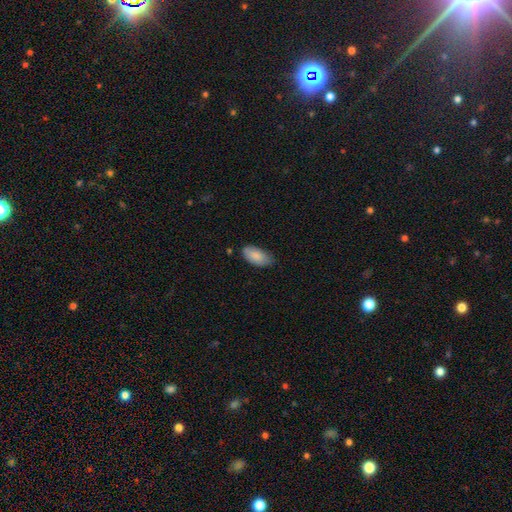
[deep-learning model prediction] Morphology: type=smooth (85%); roundness=in between (94%); merging=none (70%).